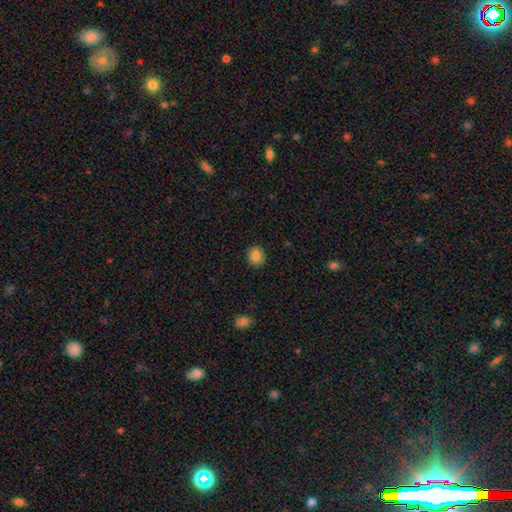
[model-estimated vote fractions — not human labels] Smooth or featured? smooth (84%)
How rounded? round (72%)
Merging? none (89%)